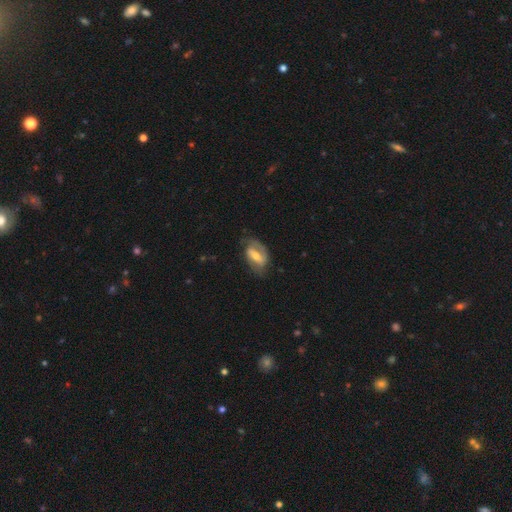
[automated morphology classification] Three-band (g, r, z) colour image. It shows a featured or disk galaxy (71%) with a strong bar (47%), 2 (69%) medium (44%) spiral arms (82%) and a moderate central bulge (60%). Merging: none (61%).